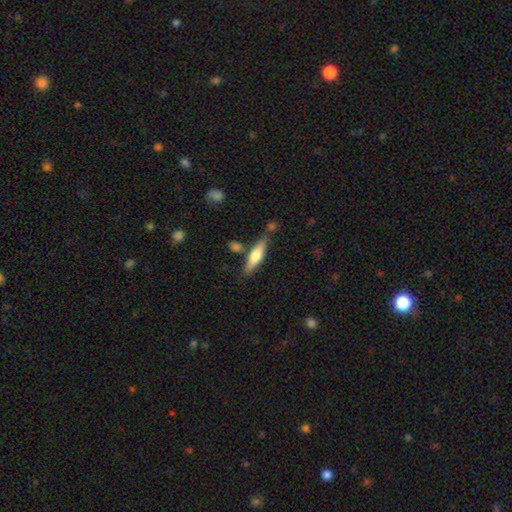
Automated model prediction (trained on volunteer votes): Morphology: type=smooth (55%); roundness=cigar-shaped (68%); merging=none (72%).